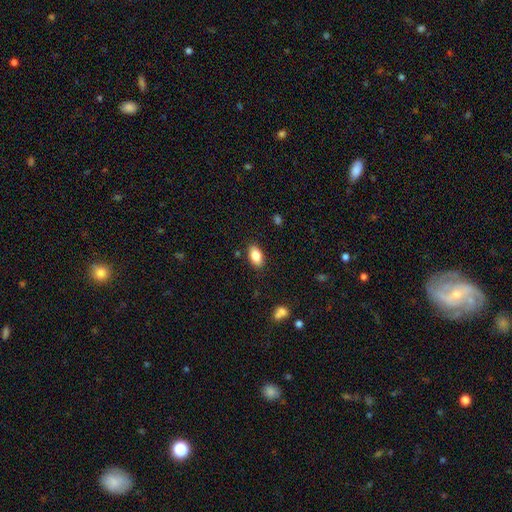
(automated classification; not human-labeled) smooth_or_featured: smooth (p=0.84) [alt: featured or disk p=0.08]
how_rounded: in between (p=0.91) [alt: round p=0.06]
merging: none (p=0.86) [alt: minor disturbance p=0.10]